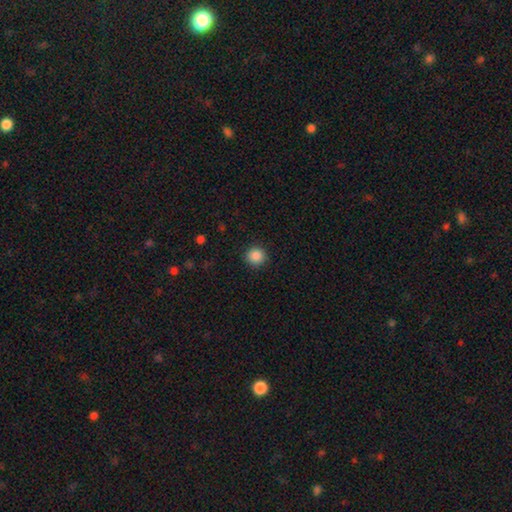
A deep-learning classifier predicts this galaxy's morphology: smooth_or_featured: smooth (p=0.87) [alt: star or artifact p=0.10]
how_rounded: round (p=0.93) [alt: in between p=0.06]
merging: none (p=0.90) [alt: minor disturbance p=0.07]